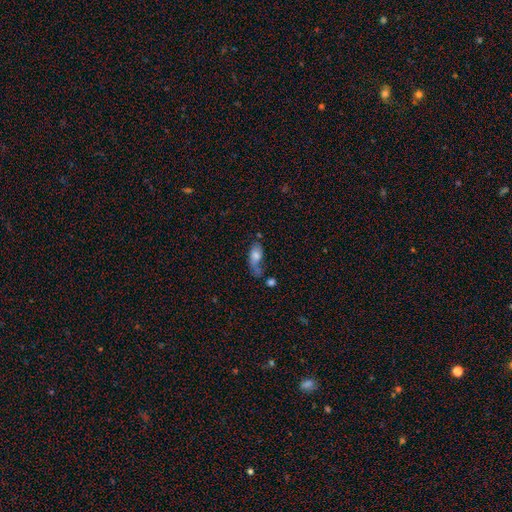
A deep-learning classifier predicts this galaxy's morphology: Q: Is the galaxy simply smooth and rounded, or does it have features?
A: smooth — 68%.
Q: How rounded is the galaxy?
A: in between — 83%.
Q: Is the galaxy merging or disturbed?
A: none — 32%.